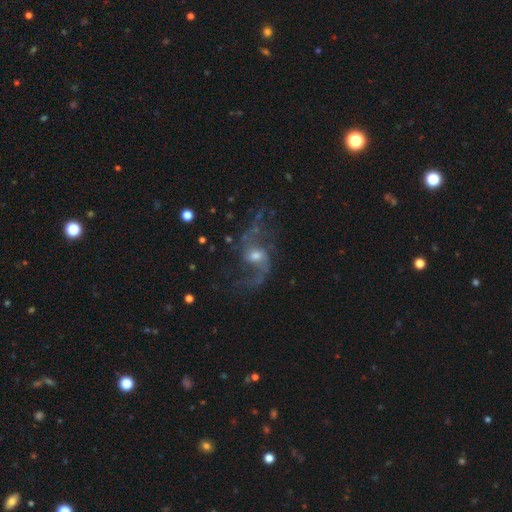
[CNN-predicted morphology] Smooth or featured? featured or disk (84%)
Edge-on disk? no (97%)
Bar? no (50%)
Spiral arms? yes (93%)
Spiral winding? loose (79%)
Spiral arm count? 2 (89%)
Bulge size? moderate (52%)
Merging? none (61%)